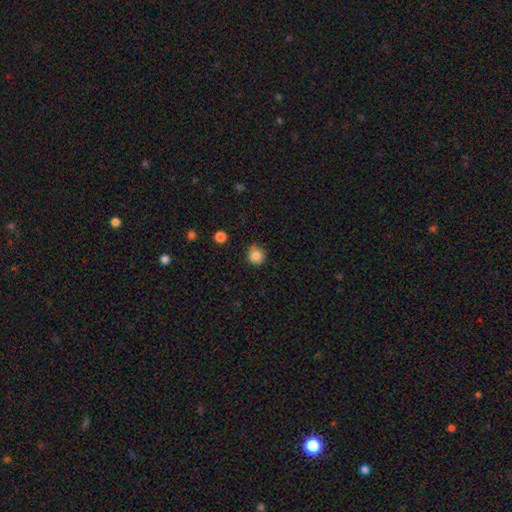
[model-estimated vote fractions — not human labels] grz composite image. It shows a smooth galaxy with no disk features (84%) that is round (93%). Merging: none (81%).